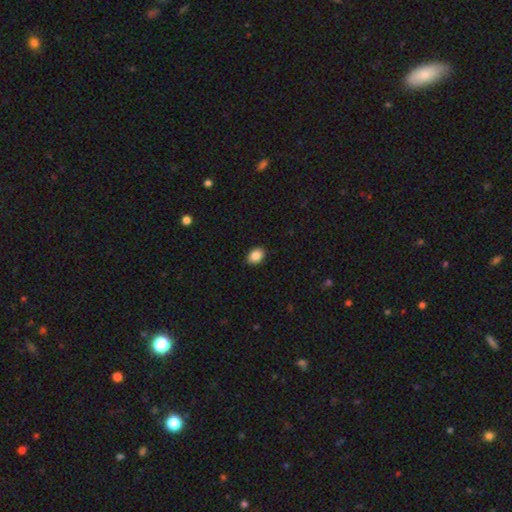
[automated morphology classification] smooth-or-featured: smooth: 87% | star or artifact: 8% | featured or disk: 5%
  how-rounded: in between: 76% | round: 23% | cigar-shaped: 1%
  merging: none: 90% | minor disturbance: 7% | major disturbance: 2% | merger: 1%